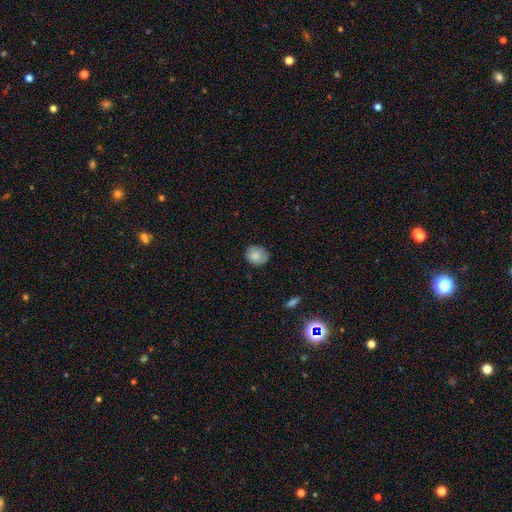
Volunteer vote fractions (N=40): Smooth or featured?
  - smooth: 88% *
  - star or artifact: 8%
  - featured or disk: 5%
How rounded?
  - round: 57% *
  - in between: 43%
  - cigar-shaped: 0%
Merging?
  - none: 81% *
  - minor disturbance: 16%
  - major disturbance: 3%
  - merger: 0%